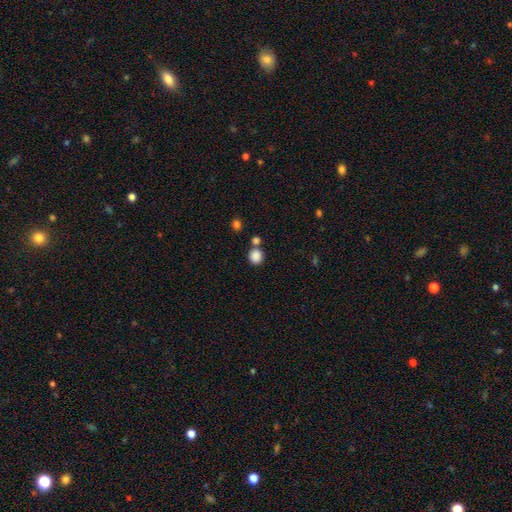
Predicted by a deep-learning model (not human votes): Smooth or featured: smooth — 86% (star or artifact — 10%)
How rounded: round — 86% (in between — 13%)
Merging: none — 68% (merger — 20%)